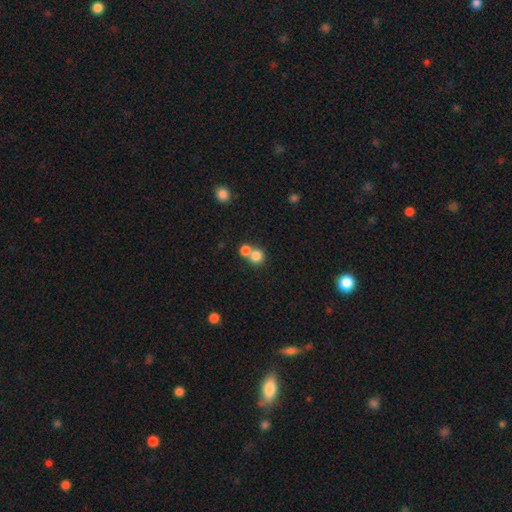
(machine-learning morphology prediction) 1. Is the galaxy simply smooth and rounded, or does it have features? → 81% smooth, 11% star or artifact, 8% featured or disk.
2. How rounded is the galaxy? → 87% round, 12% in between, 1% cigar-shaped.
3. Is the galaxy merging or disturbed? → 46% none, 45% merger, 6% minor disturbance, 3% major disturbance.